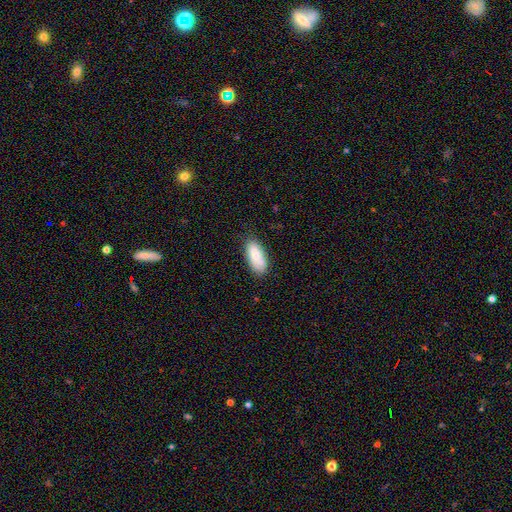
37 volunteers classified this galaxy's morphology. Smooth or featured: smooth — 78% (featured or disk — 19%)
How rounded: in between — 97% (cigar-shaped — 3%)
Merging: none — 75% (minor disturbance — 11%)